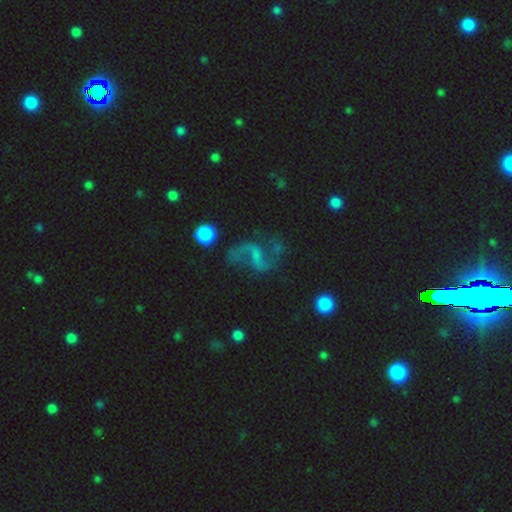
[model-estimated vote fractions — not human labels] smooth_or_featured: featured or disk (p=0.83) [alt: star or artifact p=0.09]
disk_edge_on: no (p=0.98) [alt: yes p=0.02]
bar: weak (p=0.48) [alt: strong p=0.27]
has_spiral_arms: yes (p=0.93) [alt: no p=0.07]
spiral_winding: loose (p=0.78) [alt: medium p=0.18]
spiral_arm_count: 2 (p=0.93) [alt: 1 p=0.03]
bulge_size: none (p=0.47) [alt: small p=0.34]
merging: none (p=0.64) [alt: minor disturbance p=0.16]